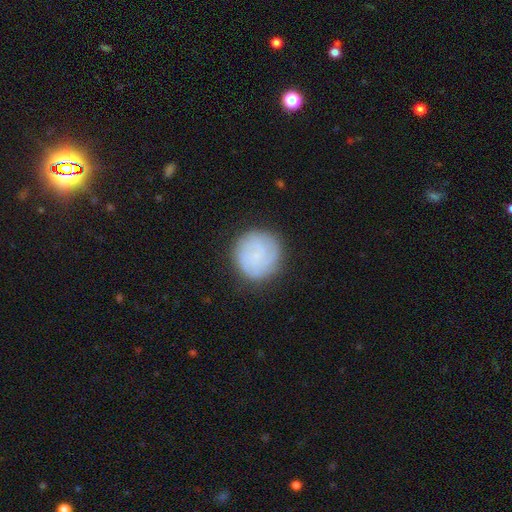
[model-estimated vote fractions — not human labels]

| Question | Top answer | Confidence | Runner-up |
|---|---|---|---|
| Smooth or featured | smooth | 50% | featured or disk (42%) |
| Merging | none | 84% | minor disturbance (11%) |